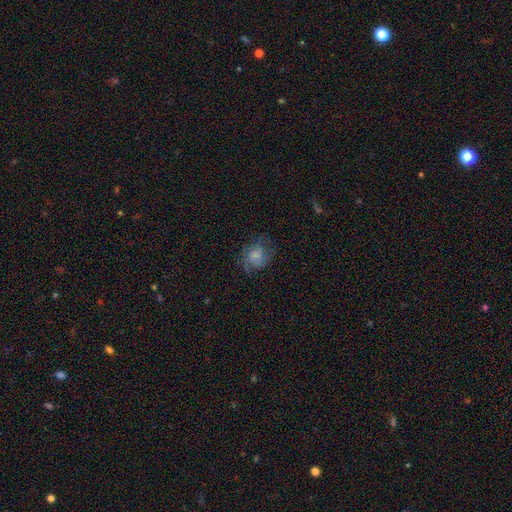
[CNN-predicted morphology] The model was most divided on "how rounded": round: 56%, in between: 43%, cigar-shaped: 1%. More confident: smooth or featured — smooth (58%); merging — none (57%).